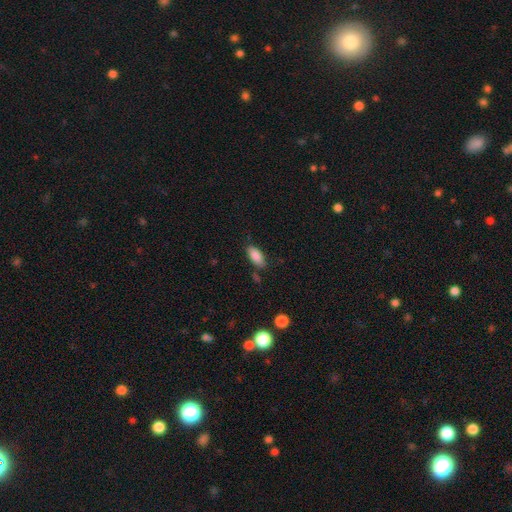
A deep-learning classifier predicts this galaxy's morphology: smooth-or-featured: smooth: 87% | star or artifact: 7% | featured or disk: 5%
  how-rounded: in between: 88% | cigar-shaped: 9% | round: 2%
  merging: none: 76% | minor disturbance: 17% | major disturbance: 4% | merger: 4%